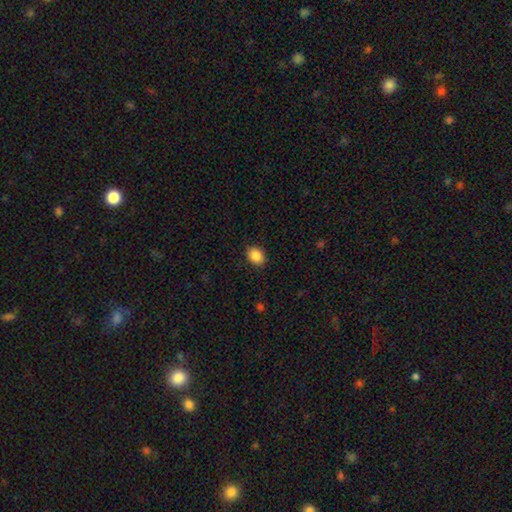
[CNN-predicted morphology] type=smooth (89%); roundness=in between (64%); merging=none (89%).